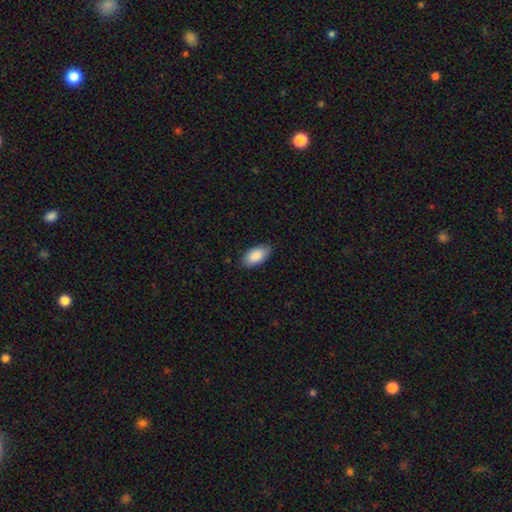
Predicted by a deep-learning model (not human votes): Overall: smooth (89%). How rounded: in between (95%). Merging: none (86%).